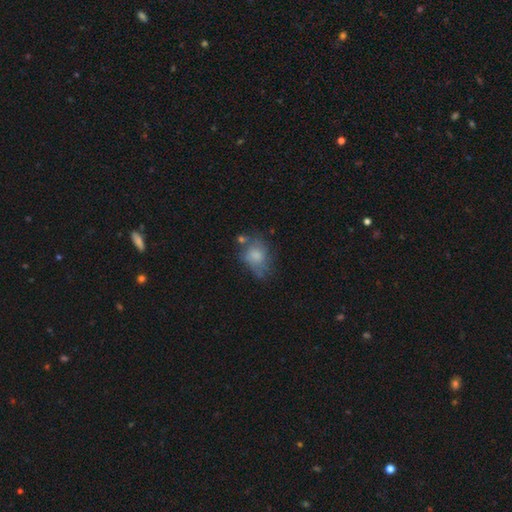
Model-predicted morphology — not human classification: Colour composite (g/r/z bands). It shows a smooth galaxy with no disk features (69%) that is in between round and cigar-shaped (65%). Merging: none (39%).